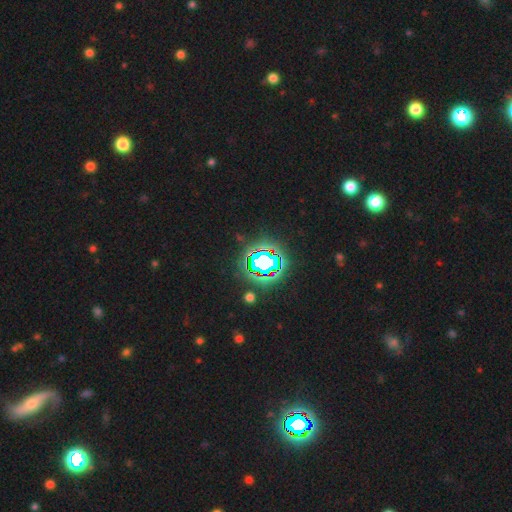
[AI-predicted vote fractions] This appears to be a star or artifact, not a galaxy (78%).